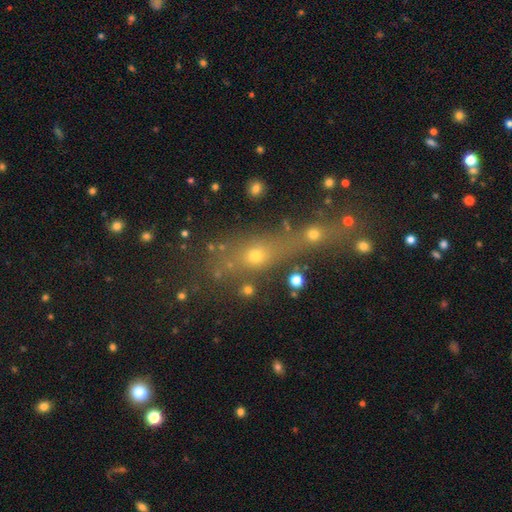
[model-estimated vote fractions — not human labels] smooth-or-featured: smooth: 54% | star or artifact: 28% | featured or disk: 18%
  how-rounded: in between: 35% | round: 34% | cigar-shaped: 31%
  merging: none: 45% | merger: 36% | minor disturbance: 11% | major disturbance: 9%